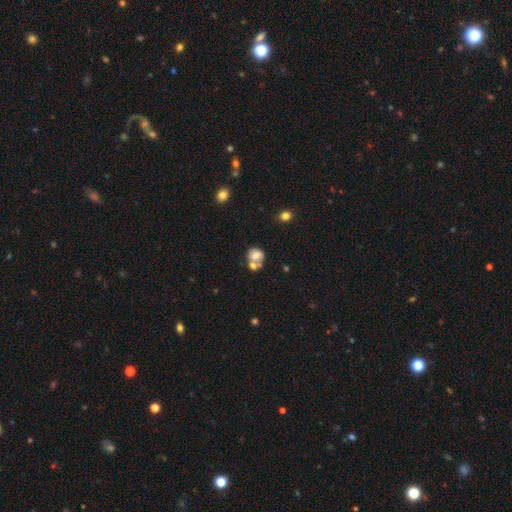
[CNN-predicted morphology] Smooth or featured? Predicted: smooth (p=0.63). How rounded? Predicted: round (p=0.63). Merging? Predicted: merger (p=0.49).